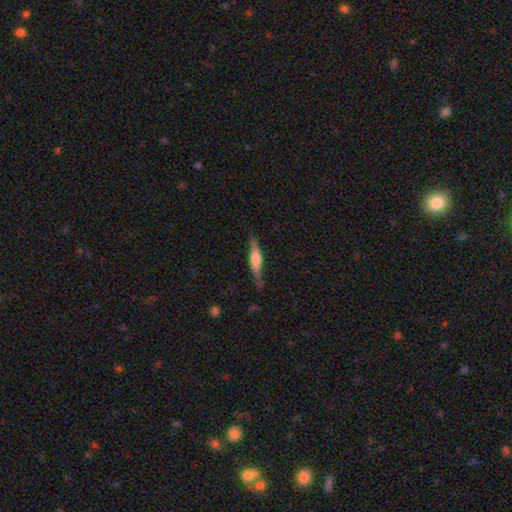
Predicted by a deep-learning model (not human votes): This is possibly a featured or disk galaxy (55%). It is clearly viewed edge-on (91%). Merging: likely none (75%).